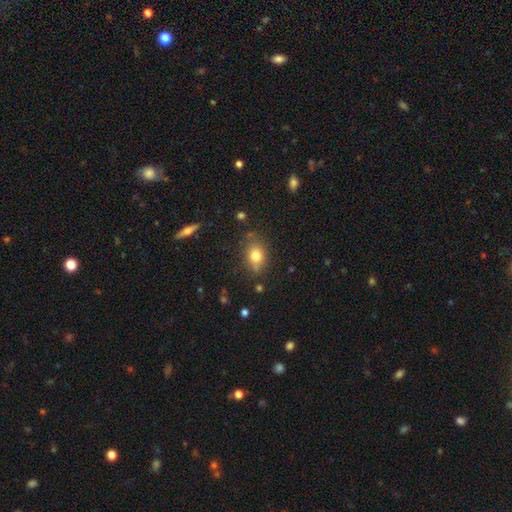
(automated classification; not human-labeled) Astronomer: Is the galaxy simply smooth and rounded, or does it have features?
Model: smooth — 78%.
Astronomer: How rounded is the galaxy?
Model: in between — 59% (runner-up: round, 39%).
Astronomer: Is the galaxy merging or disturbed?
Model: none — 74%.